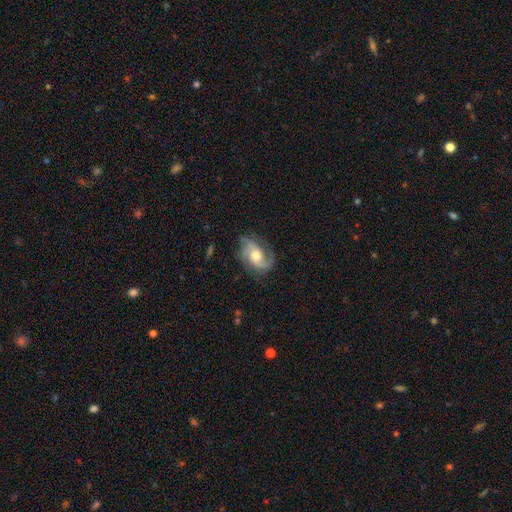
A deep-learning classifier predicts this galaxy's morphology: type=featured or disk (83%); edge-on=no (97%); bar=no (66%); spiral arms=yes (96%); winding=medium (49%); arm count=2 (57%); bulge=moderate (70%); merging=none (69%).